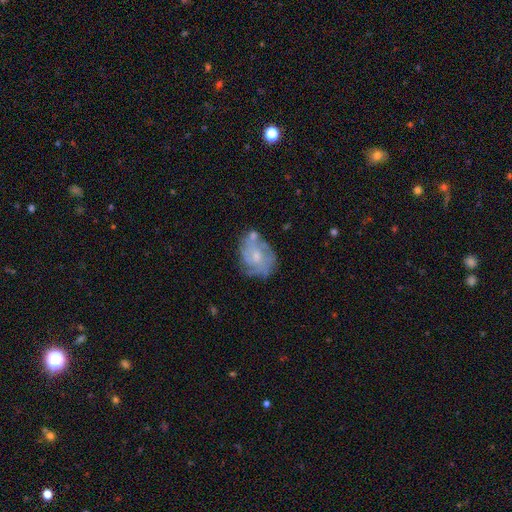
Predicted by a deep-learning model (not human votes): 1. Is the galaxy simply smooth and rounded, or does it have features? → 65% featured or disk, 28% smooth, 7% star or artifact.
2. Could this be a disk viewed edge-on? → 97% no, 3% yes.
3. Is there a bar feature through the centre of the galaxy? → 69% no, 27% weak, 4% strong.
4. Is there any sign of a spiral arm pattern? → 69% yes, 31% no.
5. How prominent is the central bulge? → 45% small, 44% moderate, 7% none, 3% large, 1% dominant.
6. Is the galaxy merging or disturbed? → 54% none, 25% minor disturbance, 12% major disturbance, 9% merger.